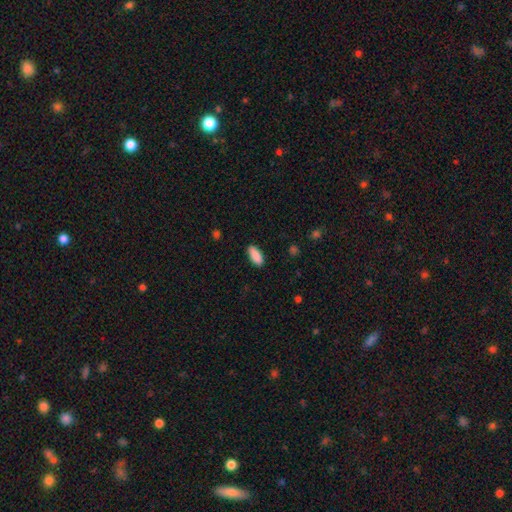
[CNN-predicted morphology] Smooth or featured? smooth (89%)
How rounded? in between (82%)
Merging? none (87%)